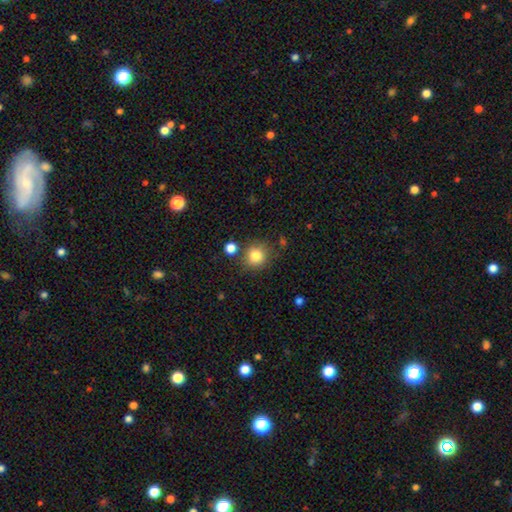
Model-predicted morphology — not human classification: Smooth or featured: smooth — 82% (star or artifact — 11%)
How rounded: round — 88% (in between — 11%)
Merging: none — 78% (minor disturbance — 11%)